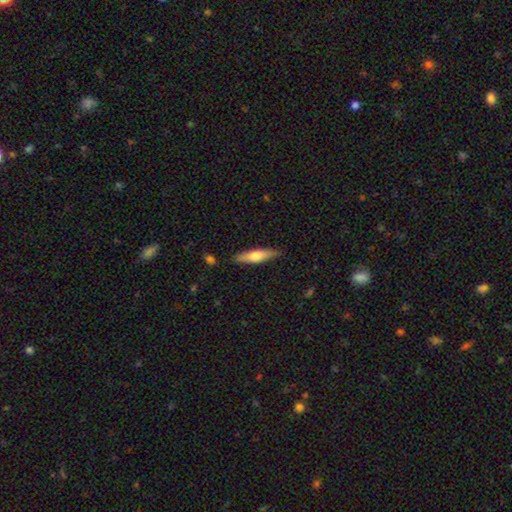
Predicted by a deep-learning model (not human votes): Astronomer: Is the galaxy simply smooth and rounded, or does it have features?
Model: smooth — 56% (runner-up: featured or disk, 38%).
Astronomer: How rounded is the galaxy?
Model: cigar-shaped — 77%.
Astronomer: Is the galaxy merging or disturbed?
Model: none — 87%.